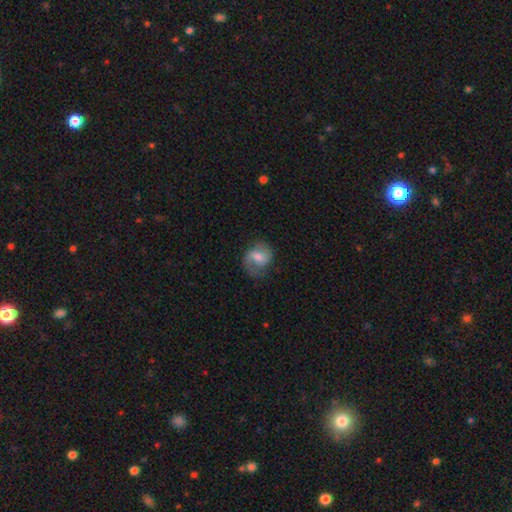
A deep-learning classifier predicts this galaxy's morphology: Smooth or featured?
  - featured or disk: 63% *
  - smooth: 29%
  - star or artifact: 9%
Edge-on disk?
  - no: 97% *
  - yes: 3%
Bar?
  - weak: 49% *
  - no: 35%
  - strong: 16%
Spiral arms?
  - yes: 90% *
  - no: 10%
Spiral winding?
  - medium: 47% *
  - loose: 31%
  - tight: 22%
Spiral arm count?
  - 2: 77% *
  - 1: 12%
  - can't tell: 8%
  - 3: 1%
  - 4: 1%
  - more than 4: 1%
Bulge size?
  - moderate: 52% *
  - small: 30%
  - large: 10%
  - none: 6%
  - dominant: 2%
Merging?
  - none: 70% *
  - minor disturbance: 19%
  - major disturbance: 10%
  - merger: 1%